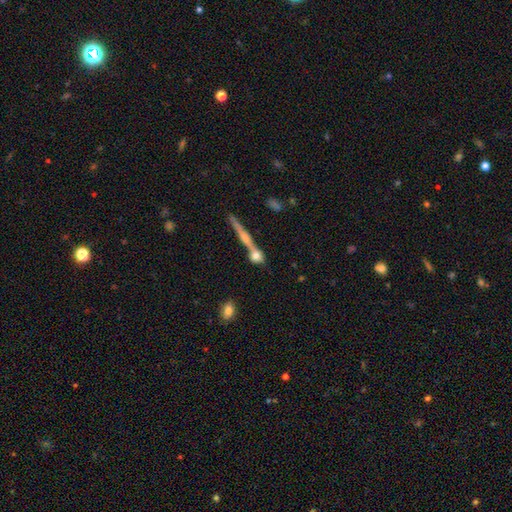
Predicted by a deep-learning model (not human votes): smooth 62%, featured or disk 28%, star or artifact 11%. Down the decision tree: how rounded — round (57%); merging — none (50%).